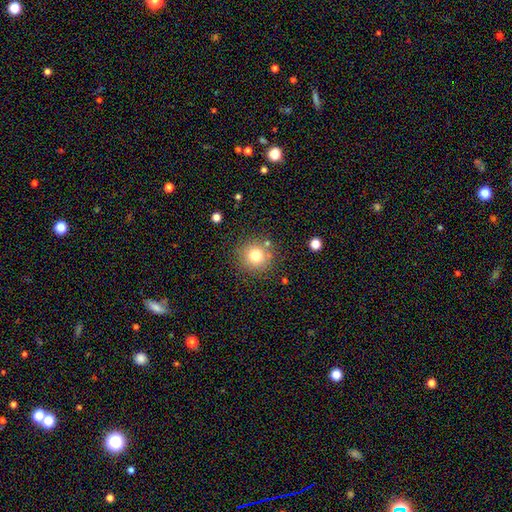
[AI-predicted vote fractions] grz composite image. It shows a smooth galaxy with no disk features (75%) that is round (94%). Merging: none (83%).